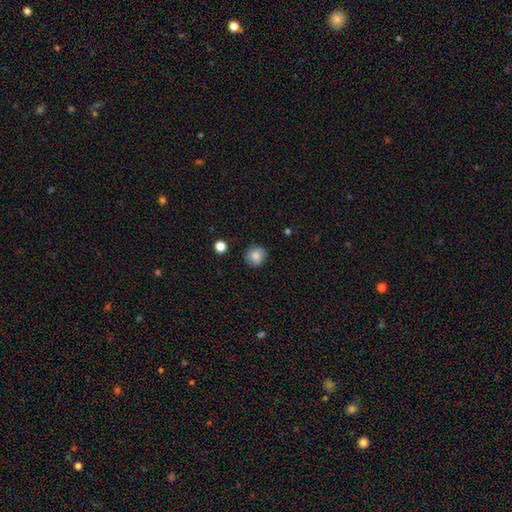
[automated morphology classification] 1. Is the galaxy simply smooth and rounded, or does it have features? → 80% smooth, 11% featured or disk, 9% star or artifact.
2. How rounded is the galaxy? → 89% round, 10% in between, 1% cigar-shaped.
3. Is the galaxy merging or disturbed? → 84% none, 12% minor disturbance, 3% major disturbance, 2% merger.